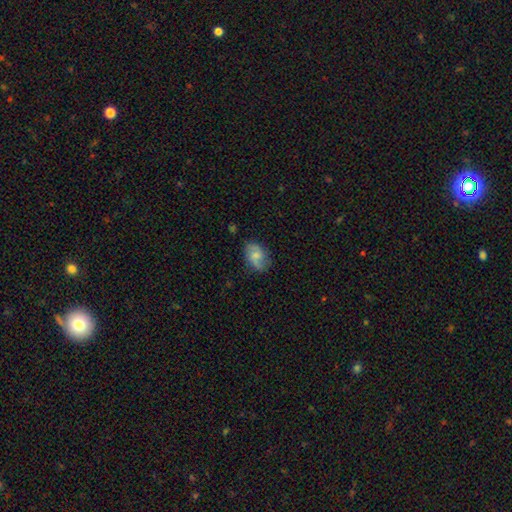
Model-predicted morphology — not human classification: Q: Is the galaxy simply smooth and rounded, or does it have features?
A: featured or disk — 47%.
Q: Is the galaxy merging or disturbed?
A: none — 72%.